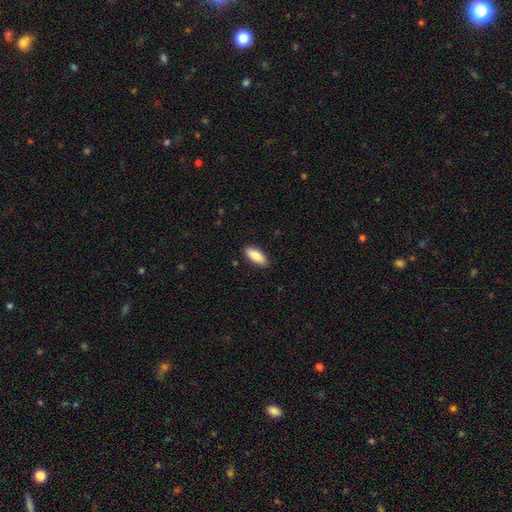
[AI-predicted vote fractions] smooth 87%, featured or disk 7%, star or artifact 6%. Down the decision tree: how rounded — in between (81%); merging — none (88%).